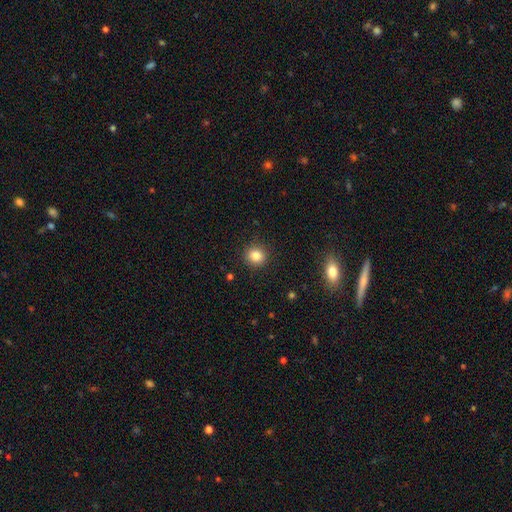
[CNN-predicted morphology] type=smooth (83%); roundness=round (86%); merging=none (91%).